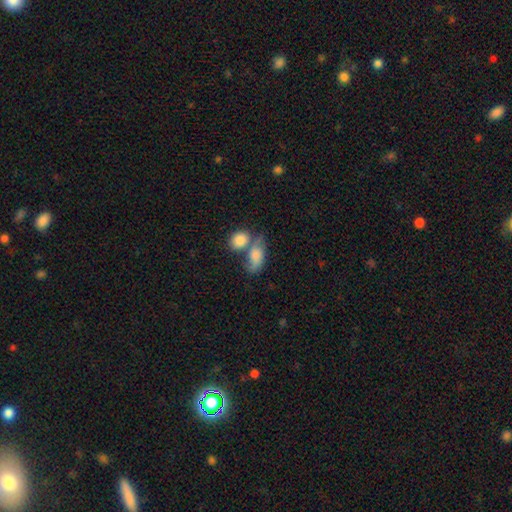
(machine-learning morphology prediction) Smooth or featured: smooth — 77% (featured or disk — 16%)
How rounded: in between — 82% (round — 14%)
Merging: merger — 55% (none — 23%)